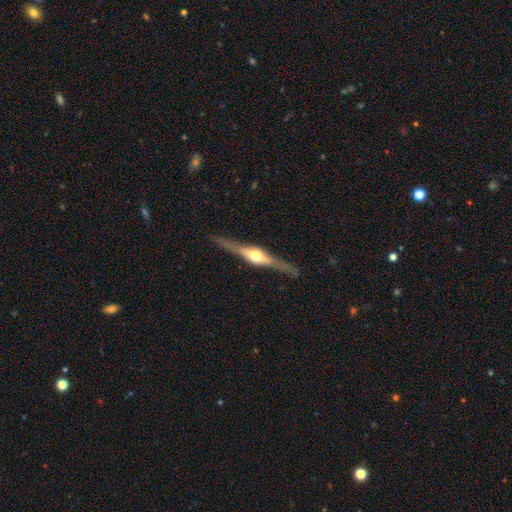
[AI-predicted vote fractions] Smooth or featured? Predicted: featured or disk (p=0.82). Edge-on disk? Predicted: yes (p=0.98). Edge-on bulge? Predicted: rounded (p=0.92). Merging? Predicted: none (p=0.87).